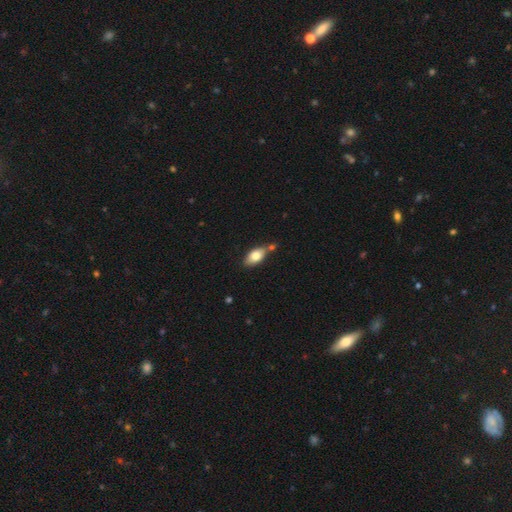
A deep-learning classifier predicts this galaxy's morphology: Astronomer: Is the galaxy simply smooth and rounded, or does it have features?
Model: smooth — 76%.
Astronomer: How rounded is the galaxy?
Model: in between — 90%.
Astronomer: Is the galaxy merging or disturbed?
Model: none — 60%.